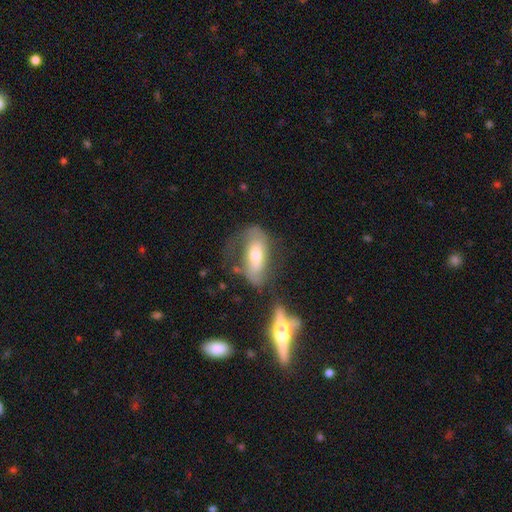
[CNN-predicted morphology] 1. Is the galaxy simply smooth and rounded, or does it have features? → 56% featured or disk, 35% smooth, 9% star or artifact.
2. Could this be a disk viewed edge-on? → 76% no, 24% yes.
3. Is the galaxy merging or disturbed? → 34% none, 31% major disturbance, 22% minor disturbance, 13% merger.